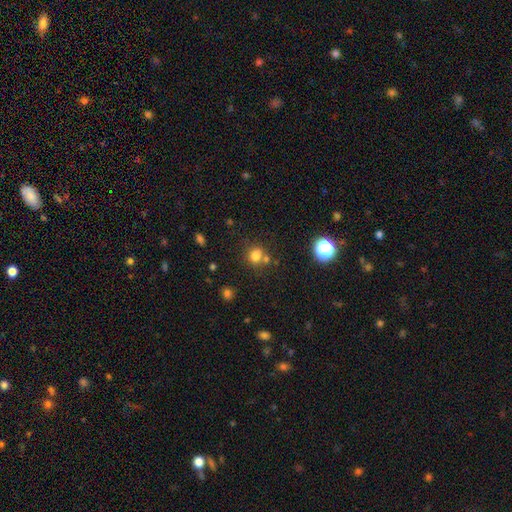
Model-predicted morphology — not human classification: This appears to be a smooth galaxy with no disk features (75%) that is round (71%). Merging: none (60%).